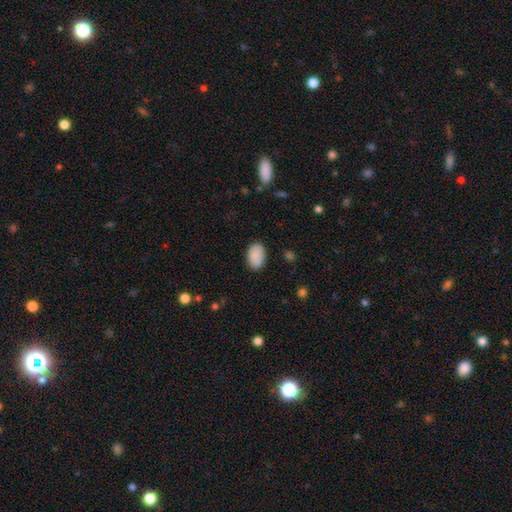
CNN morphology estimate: Smooth or featured? smooth (90%)
How rounded? in between (90%)
Merging? none (87%)